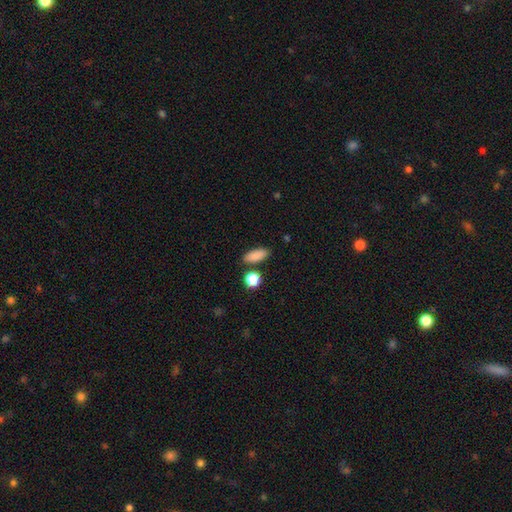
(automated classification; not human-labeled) This appears to be a smooth galaxy with no disk features (86%) that is in between round and cigar-shaped (75%). Merging: none (81%).